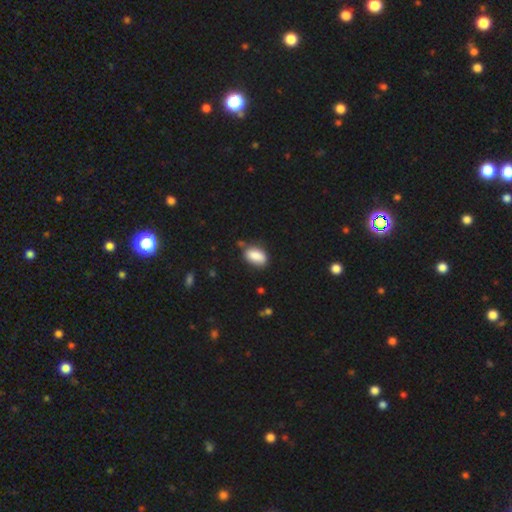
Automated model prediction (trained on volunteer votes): This appears to be a smooth galaxy with no disk features (86%) that is in between round and cigar-shaped (91%). Merging: none (67%).